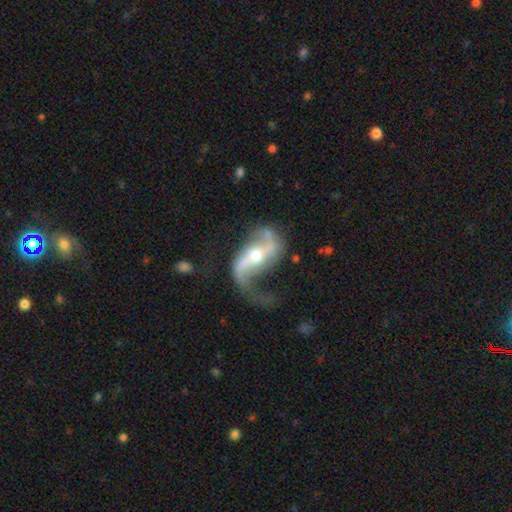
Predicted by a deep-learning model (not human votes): A featured or disk galaxy (88%) with a strong bar (45%), 2 (84%) loose (79%) spiral arms (95%) and a moderate central bulge (59%).

Vote fractions:
- Smooth or featured? featured or disk: 88% / smooth: 7% / star or artifact: 5%
- Edge-on disk? no: 95% / yes: 5%
- Bar? strong: 45% / weak: 30% / no: 25%
- Spiral arms? yes: 95% / no: 5%
- Spiral winding? loose: 79% / medium: 17% / tight: 4%
- Spiral arm count? 2: 84% / 1: 11% / can't tell: 2% / 3: 1% / 4: 1% / more than 4: 1%
- Bulge size? moderate: 59% / small: 35% / large: 4% / none: 1% / dominant: 1%
- Merging? none: 52% / major disturbance: 24% / minor disturbance: 20% / merger: 5%